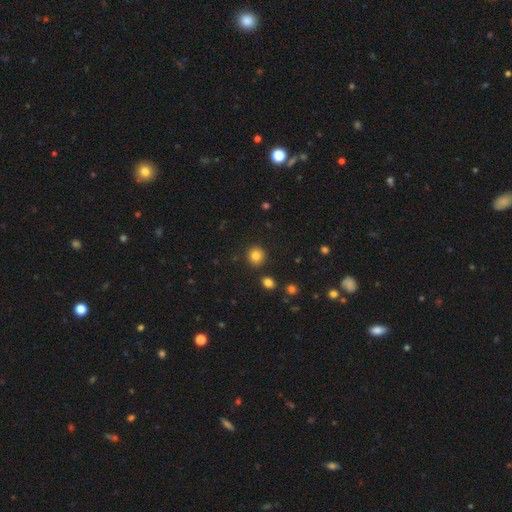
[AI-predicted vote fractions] Morphology: type=smooth (82%); roundness=round (91%); merging=none (90%).